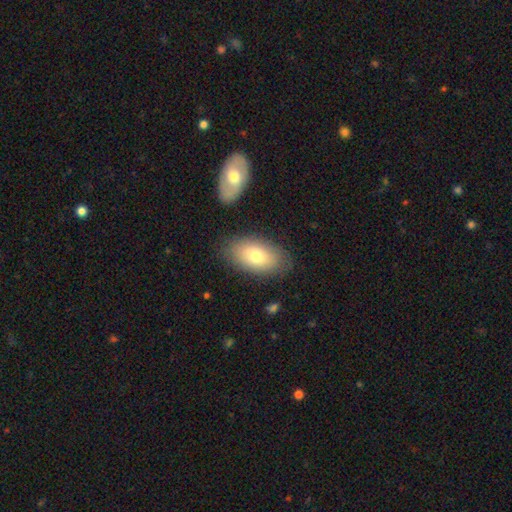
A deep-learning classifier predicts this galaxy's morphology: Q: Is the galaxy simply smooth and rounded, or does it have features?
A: smooth — 75%.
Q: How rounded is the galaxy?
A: in between — 93%.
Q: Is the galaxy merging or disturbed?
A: none — 81%.